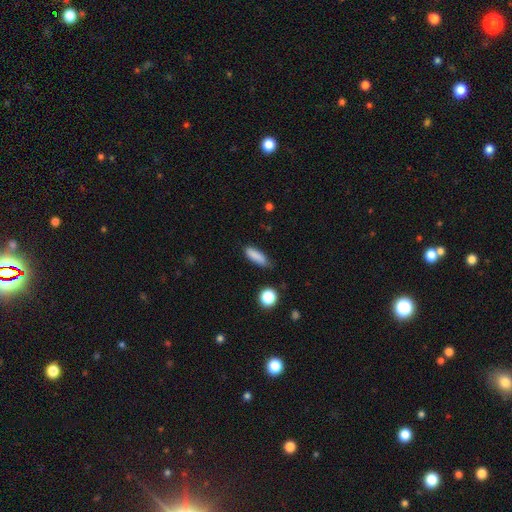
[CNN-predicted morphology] type=smooth (86%); roundness=cigar-shaped (49%); merging=none (77%).